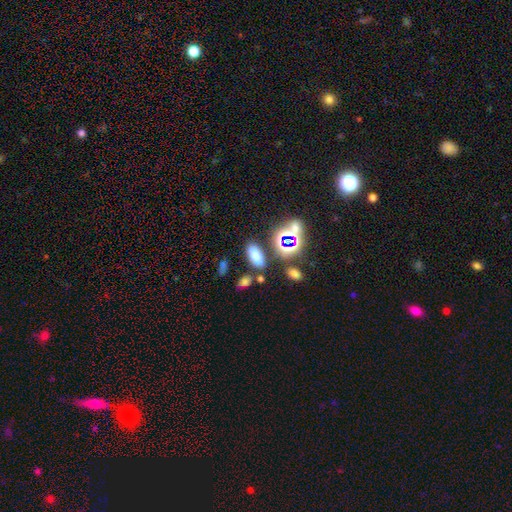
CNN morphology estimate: Smooth or featured: smooth — 70% (star or artifact — 21%)
How rounded: in between — 85% (cigar-shaped — 9%)
Merging: none — 79% (minor disturbance — 9%)